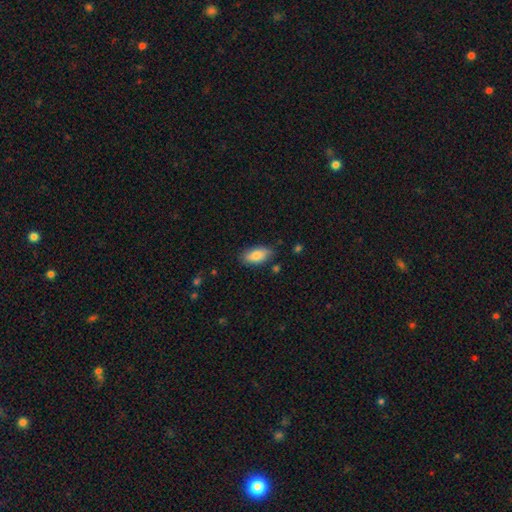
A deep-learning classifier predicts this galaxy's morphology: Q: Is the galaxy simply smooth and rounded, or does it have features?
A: smooth — 82%.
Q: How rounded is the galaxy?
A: in between — 91%.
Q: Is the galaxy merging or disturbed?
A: none — 78%.